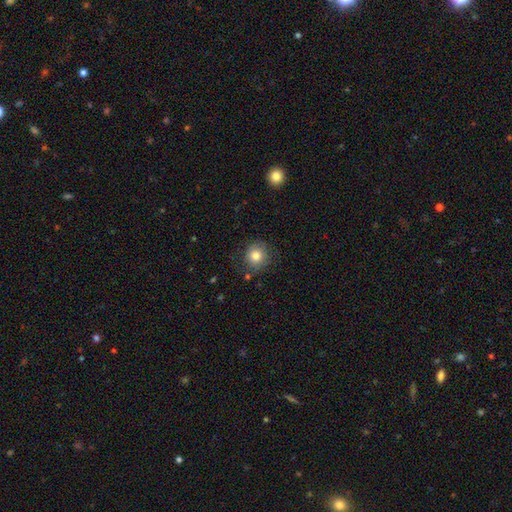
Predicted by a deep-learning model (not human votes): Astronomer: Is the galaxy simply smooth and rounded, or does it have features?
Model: smooth — 81%.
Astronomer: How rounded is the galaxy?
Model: round — 88%.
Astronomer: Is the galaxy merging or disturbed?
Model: none — 79%.